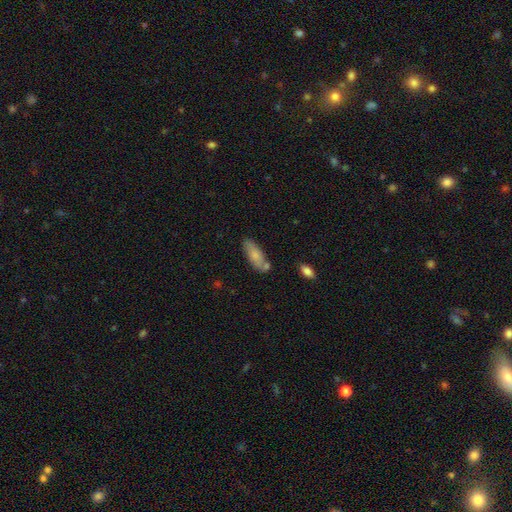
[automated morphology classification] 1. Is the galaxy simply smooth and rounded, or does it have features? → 74% smooth, 19% featured or disk, 7% star or artifact.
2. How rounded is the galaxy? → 69% in between, 29% cigar-shaped, 2% round.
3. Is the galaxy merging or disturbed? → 66% none, 18% minor disturbance, 12% merger, 4% major disturbance.